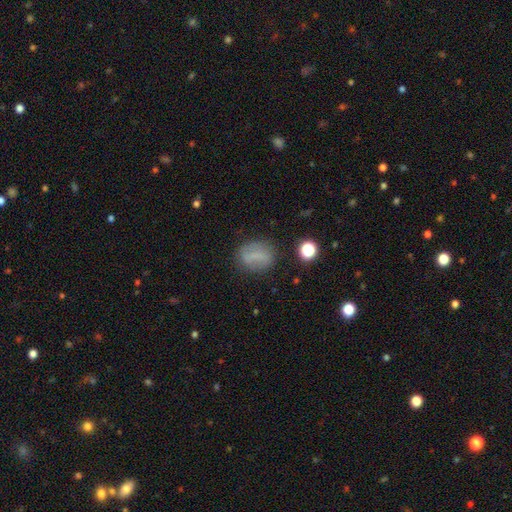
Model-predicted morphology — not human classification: Q: Smooth or featured?
A: smooth (63%); runner-up: featured or disk (25%)
Q: How rounded?
A: in between (55%); runner-up: round (40%)
Q: Merging?
A: none (75%); runner-up: minor disturbance (16%)